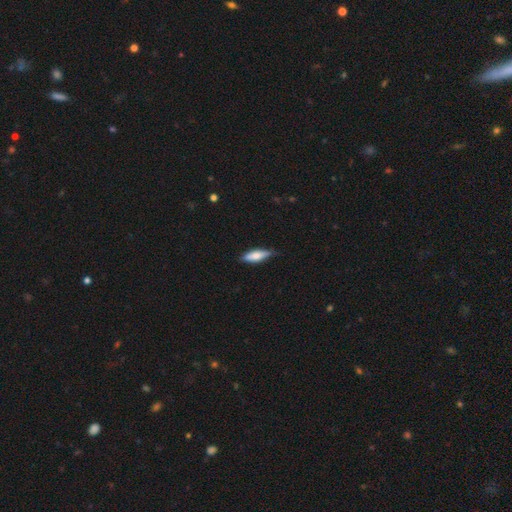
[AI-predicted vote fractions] Q: Smooth or featured?
A: smooth (66%); runner-up: featured or disk (28%)
Q: How rounded?
A: in between (51%); runner-up: cigar-shaped (47%)
Q: Merging?
A: none (72%); runner-up: minor disturbance (23%)